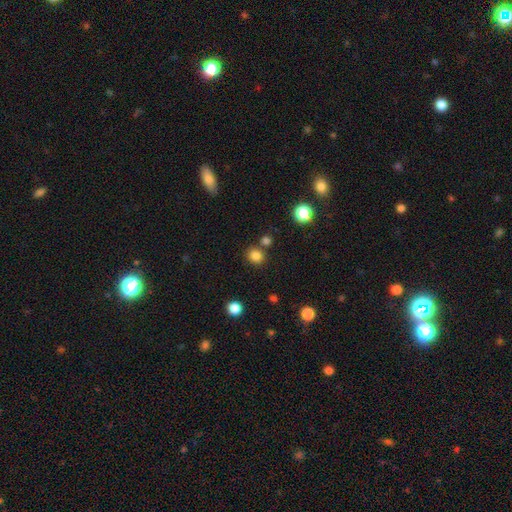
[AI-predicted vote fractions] smooth_or_featured: smooth (p=0.82) [alt: star or artifact p=0.14]
how_rounded: round (p=0.83) [alt: in between p=0.16]
merging: none (p=0.78) [alt: merger p=0.11]